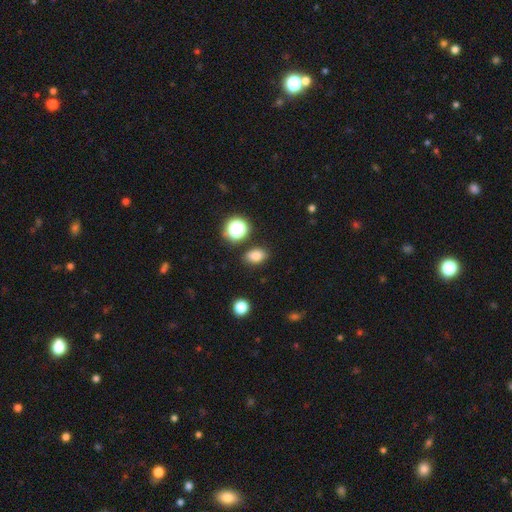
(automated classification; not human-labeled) Smooth or featured: smooth — 79% (star or artifact — 14%)
How rounded: in between — 76% (round — 22%)
Merging: none — 83% (minor disturbance — 11%)